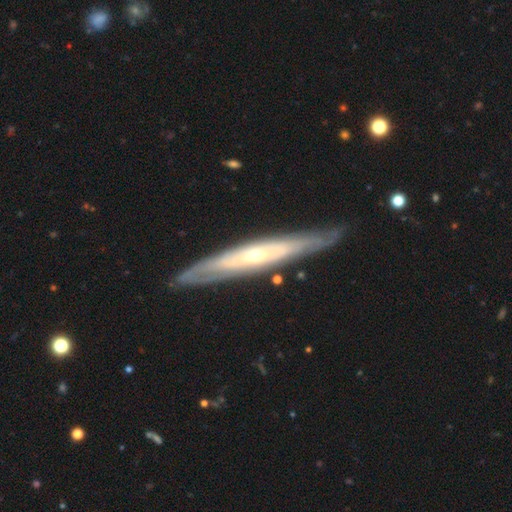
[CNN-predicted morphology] Smooth or featured: featured or disk — 76% (smooth — 19%)
Edge-on disk: yes — 67% (no — 33%)
Edge-on bulge: rounded — 72% (none — 25%)
Merging: none — 83% (minor disturbance — 12%)